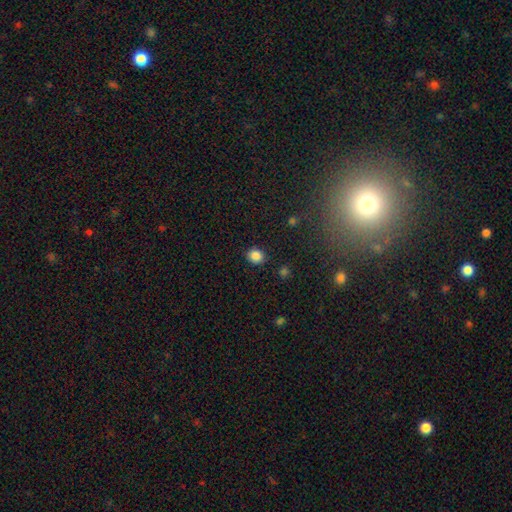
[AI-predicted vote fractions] Smooth or featured? Predicted: smooth (p=0.85). How rounded? Predicted: round (p=0.74). Merging? Predicted: none (p=0.88).